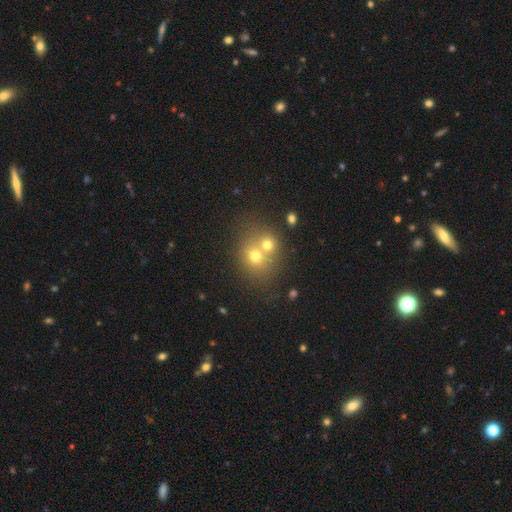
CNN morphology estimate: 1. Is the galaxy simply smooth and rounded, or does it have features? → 63% smooth, 20% featured or disk, 16% star or artifact.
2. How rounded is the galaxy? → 70% round, 29% in between, 1% cigar-shaped.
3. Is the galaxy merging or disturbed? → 56% merger, 34% none, 7% minor disturbance, 3% major disturbance.